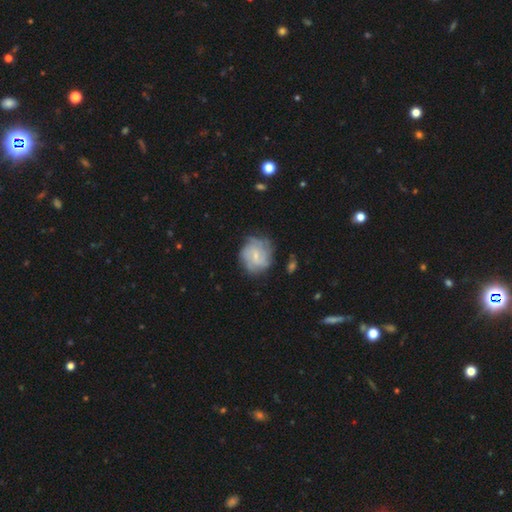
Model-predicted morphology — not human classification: Smooth or featured? featured or disk (60%)
Edge-on disk? no (98%)
Bar? weak (47%)
Spiral arms? yes (81%)
Bulge size? small (63%)
Merging? none (67%)